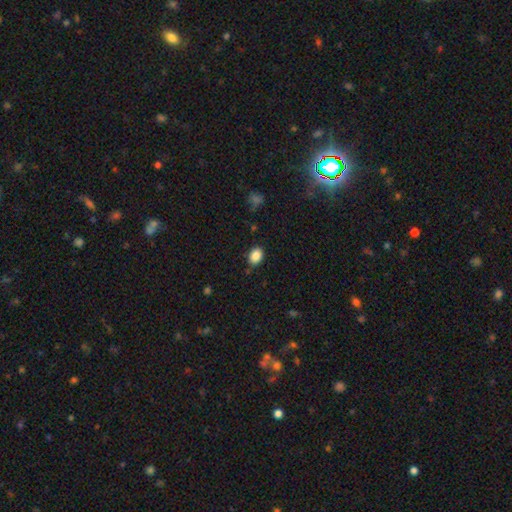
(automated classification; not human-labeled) Smooth or featured: smooth — 86% (star or artifact — 9%)
How rounded: in between — 67% (round — 32%)
Merging: none — 83% (minor disturbance — 13%)